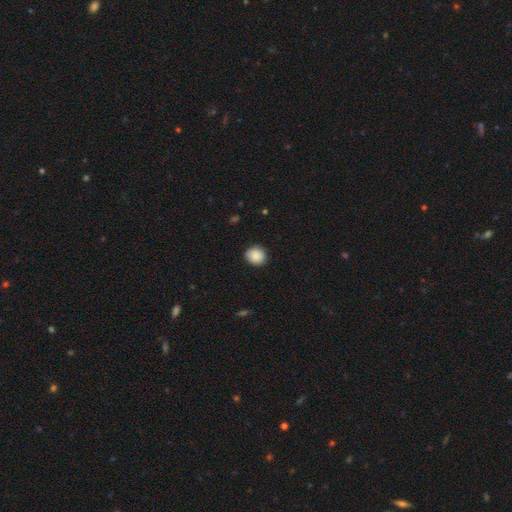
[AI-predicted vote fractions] Smooth or featured? smooth (88%)
How rounded? round (84%)
Merging? none (87%)